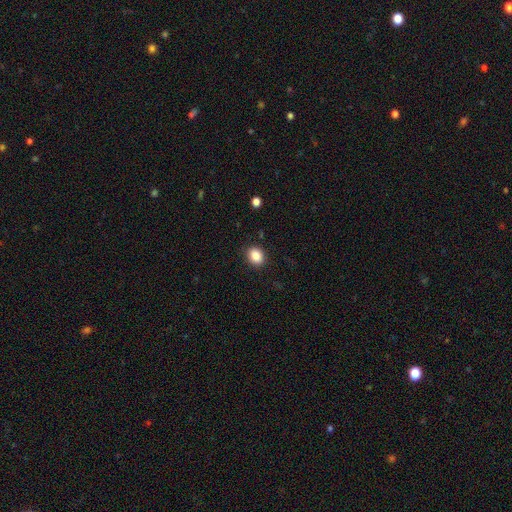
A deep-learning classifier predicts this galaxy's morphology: The model was most divided on "how rounded": round: 57%, in between: 42%, cigar-shaped: 1%. More confident: merging — none (89%); smooth or featured — smooth (86%).